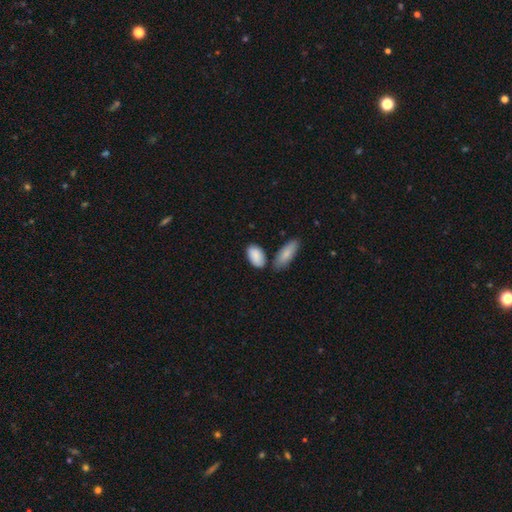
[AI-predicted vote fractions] Overall: smooth (87%). How rounded: in between (92%). Merging: none (68%).